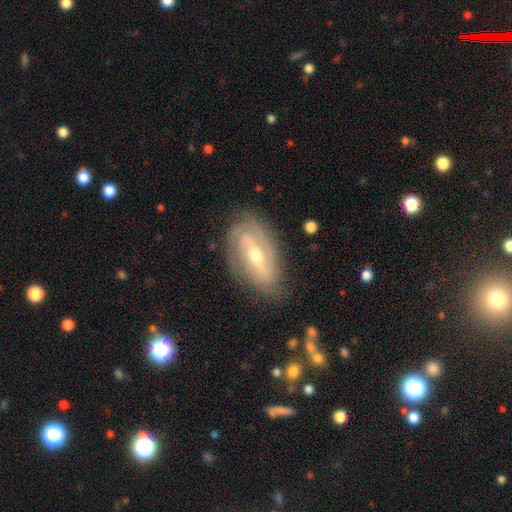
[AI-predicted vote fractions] A featured or disk galaxy (82%) with a weak bar (38%, tied with strong), 2 (52%) tight (53%) spiral arms (90%) and a moderate central bulge (61%).

Vote fractions:
- Smooth or featured? featured or disk: 82% / smooth: 12% / star or artifact: 6%
- Edge-on disk? no: 92% / yes: 8%
- Bar? weak: 38% (tied) / strong: 38% (tied) / no: 24%
- Spiral arms? yes: 90% / no: 10%
- Spiral winding? tight: 53% / medium: 33% / loose: 14%
- Spiral arm count? 2: 52% / can't tell: 25% / 3: 13% / 1: 5% / 4: 4% / more than 4: 3%
- Bulge size? moderate: 61% / small: 35% / large: 3% / none: 1% / dominant: 1%
- Merging? none: 77% / minor disturbance: 17% / major disturbance: 5% / merger: 1%